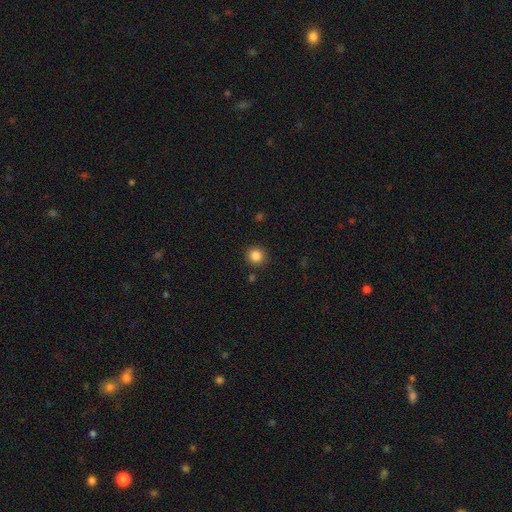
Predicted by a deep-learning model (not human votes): Overall: smooth (85%). How rounded: round (93%). Merging: none (90%).